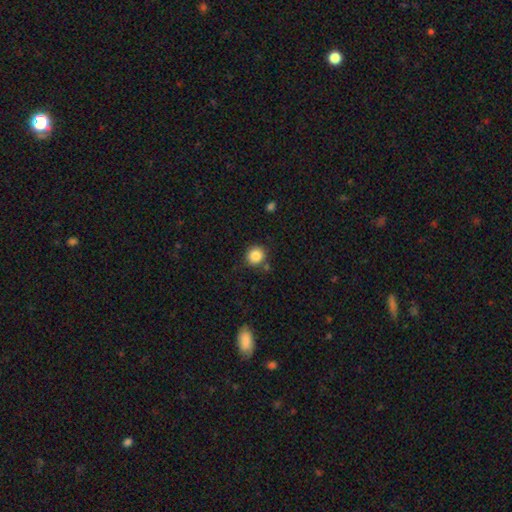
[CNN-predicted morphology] smooth-or-featured: smooth: 86% | star or artifact: 10% | featured or disk: 4%
  how-rounded: round: 88% | in between: 11% | cigar-shaped: 1%
  merging: none: 82% | minor disturbance: 10% | merger: 5% | major disturbance: 3%